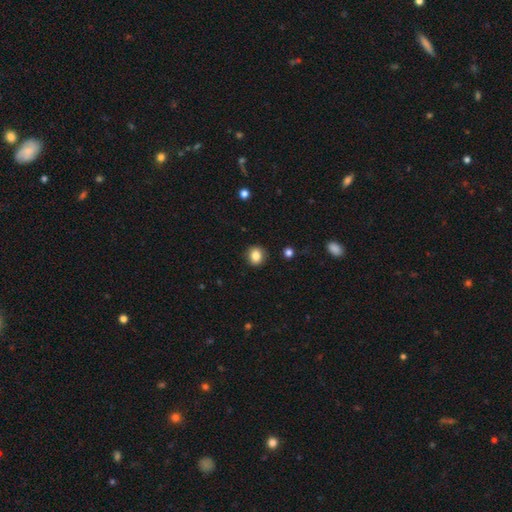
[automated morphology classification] This appears to be a smooth galaxy with no disk features (85%) that is round (80%). Merging: none (90%).